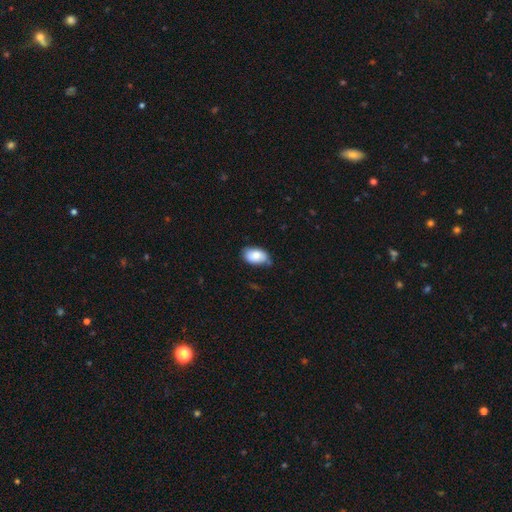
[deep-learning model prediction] Smooth or featured: smooth — 83% (featured or disk — 11%)
How rounded: in between — 93% (round — 6%)
Merging: none — 65% (minor disturbance — 29%)